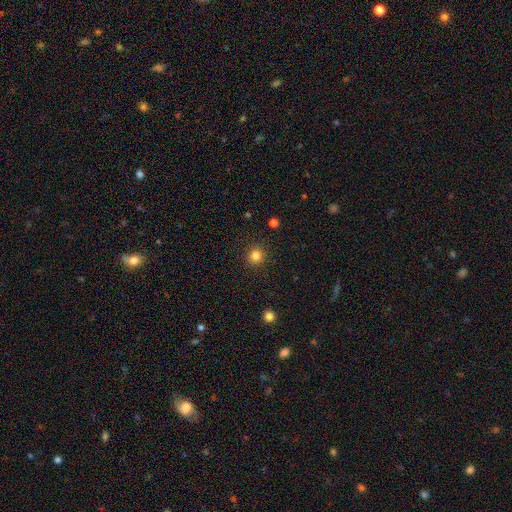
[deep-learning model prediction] A smooth galaxy with no disk features (83%) that is round (88%).

Vote fractions:
- Smooth or featured? smooth: 83% / star or artifact: 12% / featured or disk: 5%
- How rounded? round: 88% / in between: 11% / cigar-shaped: 1%
- Merging? none: 91% / minor disturbance: 6% / major disturbance: 2% / merger: 1%